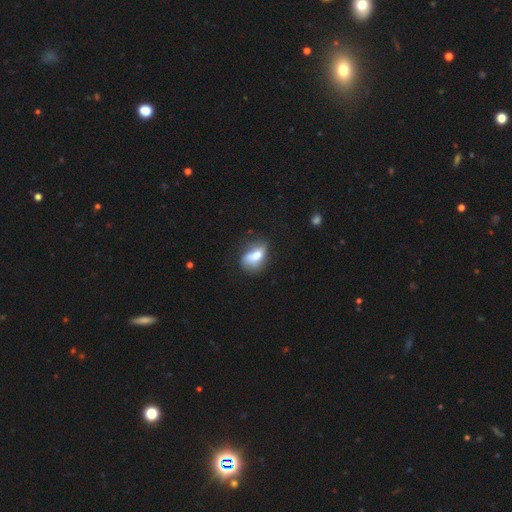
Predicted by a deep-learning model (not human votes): smooth 64%, featured or disk 27%, star or artifact 9%. Down the decision tree: how rounded — in between (80%); merging — none (44%).